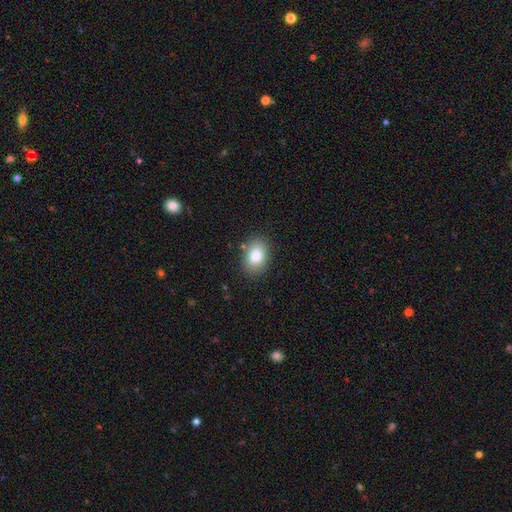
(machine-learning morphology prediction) smooth-or-featured: smooth: 83% | featured or disk: 8% | star or artifact: 8%
  how-rounded: in between: 81% | round: 18% | cigar-shaped: 1%
  merging: none: 85% | minor disturbance: 11% | major disturbance: 3% | merger: 2%